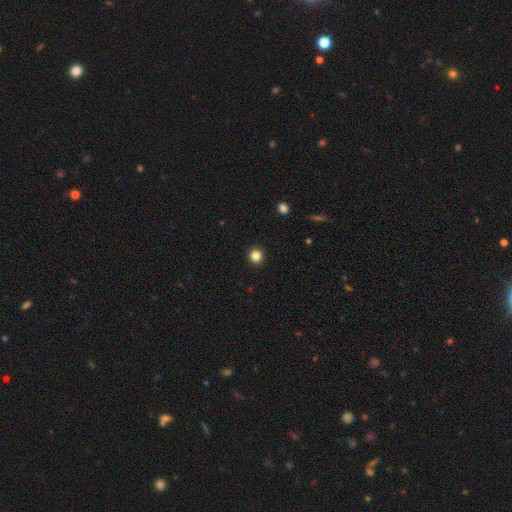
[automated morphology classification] The model was most divided on "smooth or featured": smooth: 84%, star or artifact: 12%, featured or disk: 4%. More confident: how rounded — round (94%); merging — none (93%).